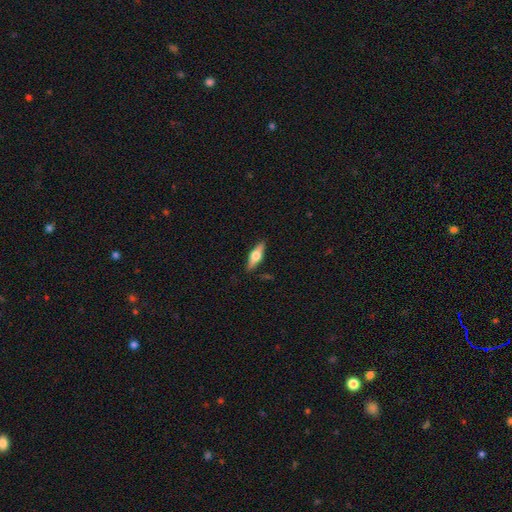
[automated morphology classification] Smooth or featured?
  - featured or disk: 55% *
  - smooth: 39%
  - star or artifact: 6%
Edge-on disk?
  - yes: 94% *
  - no: 6%
Edge-on bulge?
  - rounded: 94% *
  - boxy: 4%
  - none: 2%
Merging?
  - none: 88% *
  - minor disturbance: 9%
  - major disturbance: 2%
  - merger: 1%